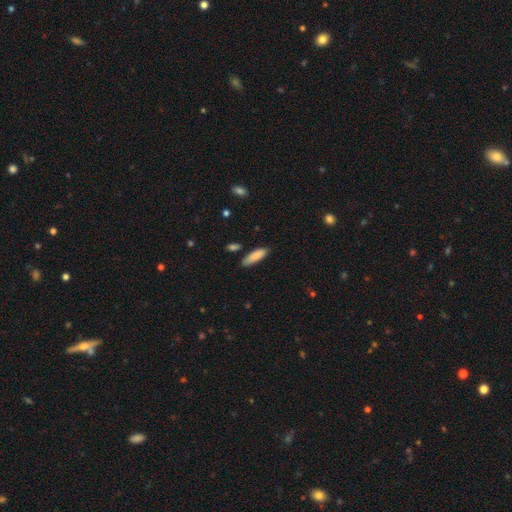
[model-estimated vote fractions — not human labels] A smooth galaxy with no disk features (86%) that is cigar-shaped (53%).

Vote fractions:
- Smooth or featured? smooth: 86% / featured or disk: 8% / star or artifact: 6%
- How rounded? cigar-shaped: 53% / in between: 46% / round: 2%
- Merging? none: 79% / minor disturbance: 15% / merger: 3% / major disturbance: 3%